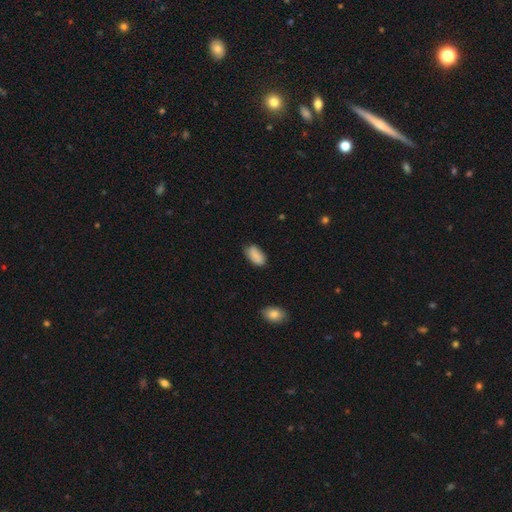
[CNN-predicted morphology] smooth 87%, star or artifact 7%, featured or disk 6%. Down the decision tree: how rounded — in between (92%); merging — none (73%).